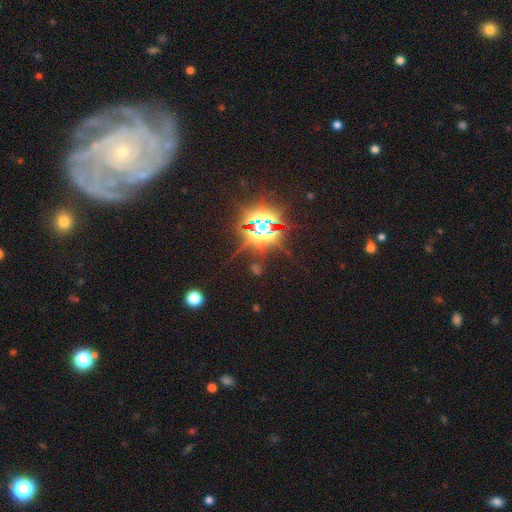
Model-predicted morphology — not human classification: smooth-or-featured: featured or disk: 63% | star or artifact: 24% | smooth: 13%
  disk-edge-on: no: 92% | yes: 8%
    bar: no: 66% | weak: 20% | strong: 15%
    has-spiral-arms: yes: 94% | no: 6%
      spiral-winding: tight: 79% | medium: 17% | loose: 5%
      spiral-arm-count: can't tell: 22% | 3: 21% | 4: 18% | 2: 15% | more than 4: 14% | 1: 10%
    bulge-size: small: 83% | moderate: 11% | large: 2% | dominant: 2% | none: 2%
  merging: none: 79% | minor disturbance: 12% | major disturbance: 6% | merger: 3%